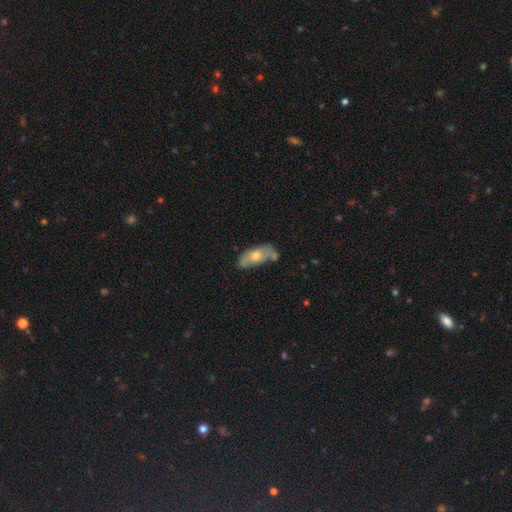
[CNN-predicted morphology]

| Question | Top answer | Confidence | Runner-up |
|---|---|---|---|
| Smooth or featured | smooth | 51% | featured or disk (42%) |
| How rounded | in between | 83% | cigar-shaped (13%) |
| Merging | none | 51% | minor disturbance (27%) |